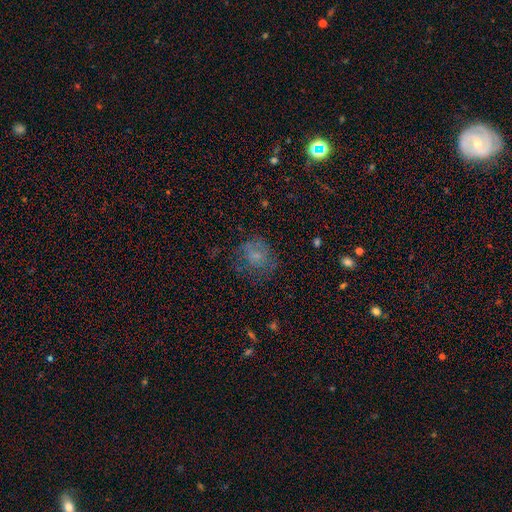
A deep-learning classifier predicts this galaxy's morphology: smooth_or_featured: smooth (p=0.59) [alt: featured or disk p=0.24]
how_rounded: round (p=0.68) [alt: in between p=0.31]
merging: none (p=0.56) [alt: minor disturbance p=0.22]